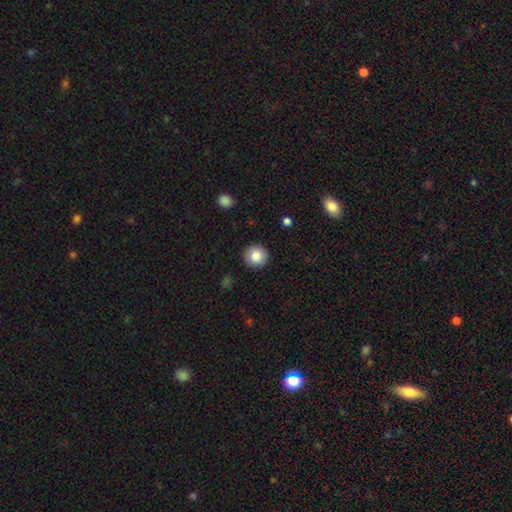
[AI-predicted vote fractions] A smooth galaxy with no disk features (83%) that is round (93%).

Vote fractions:
- Smooth or featured? smooth: 83% / star or artifact: 9% / featured or disk: 8%
- How rounded? round: 93% / in between: 6% / cigar-shaped: 1%
- Merging? none: 92% / minor disturbance: 6% / major disturbance: 2% / merger: 1%